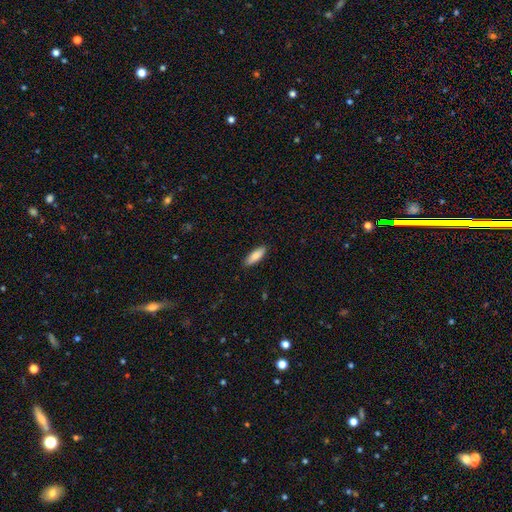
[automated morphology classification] type=smooth (86%); roundness=in between (59%); merging=none (89%).